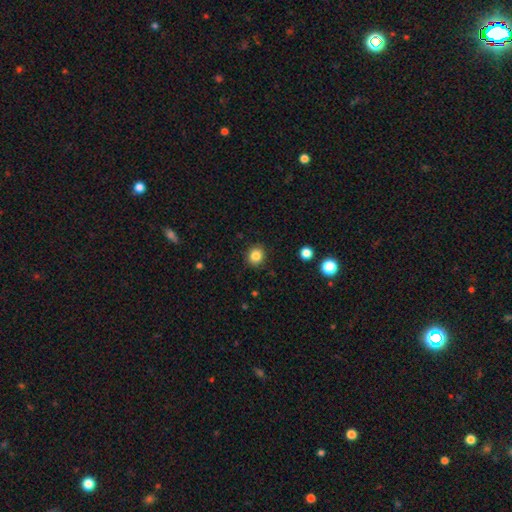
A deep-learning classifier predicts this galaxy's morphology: A smooth galaxy with no disk features (84%) that is round (83%).

Vote fractions:
- Smooth or featured? smooth: 84% / star or artifact: 11% / featured or disk: 5%
- How rounded? round: 83% / in between: 16% / cigar-shaped: 1%
- Merging? none: 90% / minor disturbance: 7% / major disturbance: 2% / merger: 1%